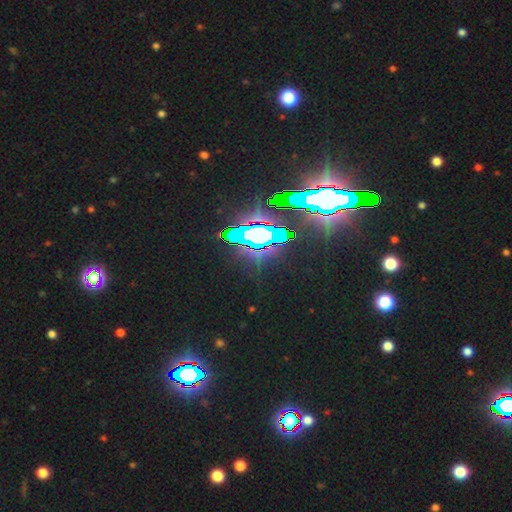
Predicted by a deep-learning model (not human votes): A star or artifact, not a galaxy (86%).

Vote fractions:
- Smooth or featured? star or artifact: 86% / smooth: 7% / featured or disk: 7%